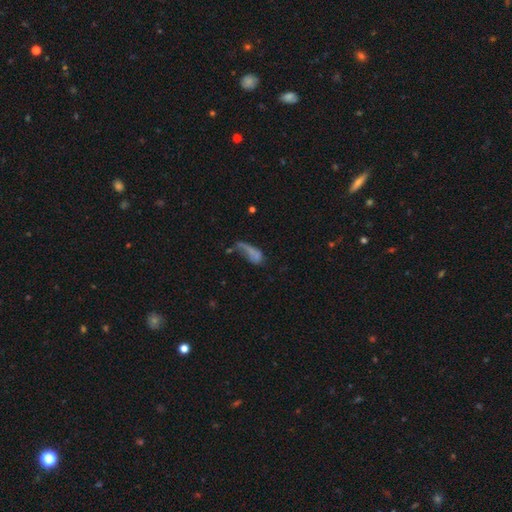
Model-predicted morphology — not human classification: smooth 51%, featured or disk 32%, star or artifact 17%. Down the decision tree: how rounded — in between (62%); merging — major disturbance (38%).